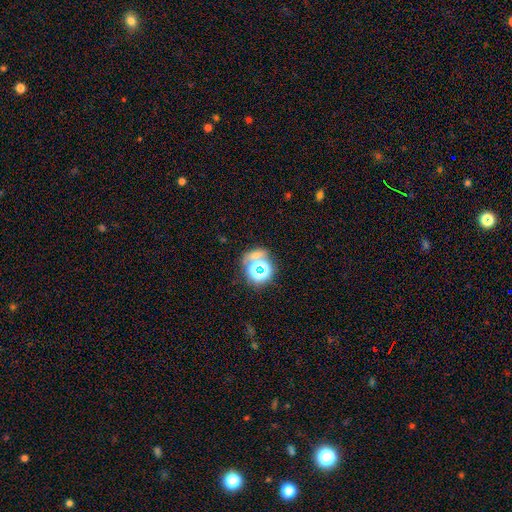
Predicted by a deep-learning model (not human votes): A star or artifact, not a galaxy (53%).